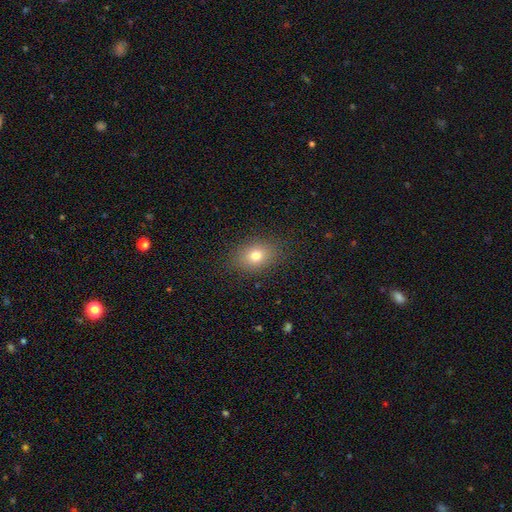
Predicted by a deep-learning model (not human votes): The model was most divided on "how rounded": in between: 65%, round: 33%, cigar-shaped: 2%. More confident: merging — none (86%); smooth or featured — smooth (76%).